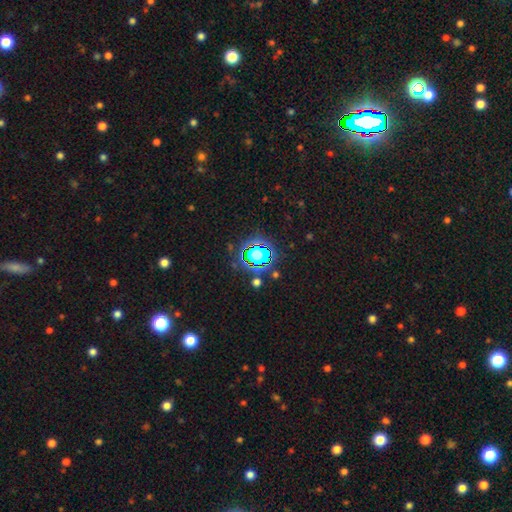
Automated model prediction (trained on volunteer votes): smooth-or-featured: star or artifact: 67% | smooth: 22% | featured or disk: 11%